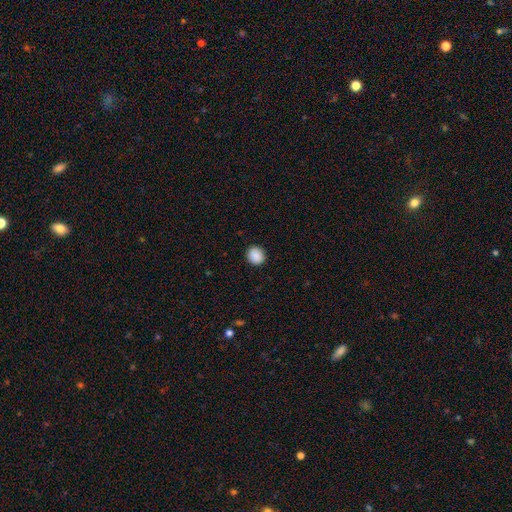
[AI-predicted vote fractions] smooth 89%, star or artifact 8%, featured or disk 3%. Down the decision tree: how rounded — round (85%); merging — none (91%).